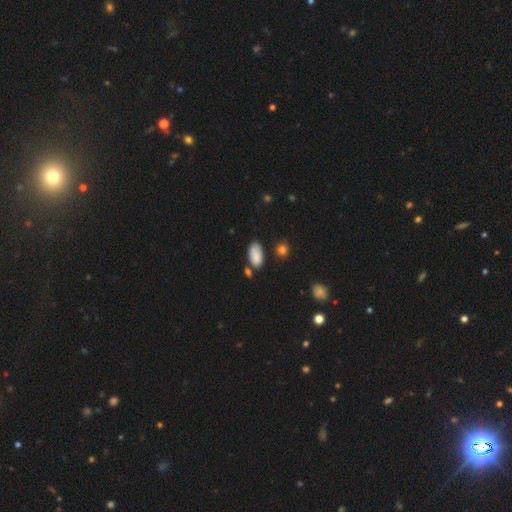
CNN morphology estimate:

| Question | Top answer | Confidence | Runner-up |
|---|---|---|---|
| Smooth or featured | smooth | 87% | star or artifact (8%) |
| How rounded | in between | 93% | cigar-shaped (4%) |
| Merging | none | 65% | minor disturbance (21%) |